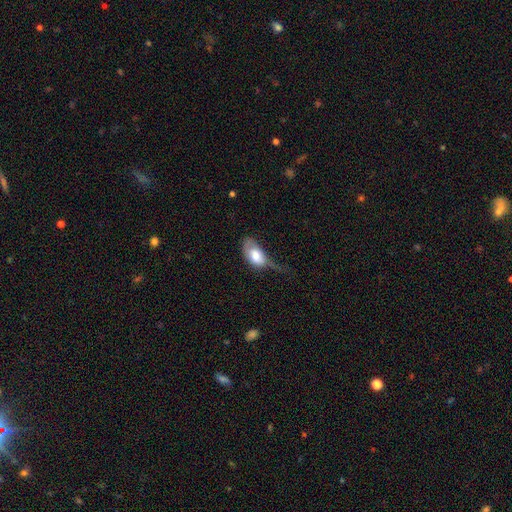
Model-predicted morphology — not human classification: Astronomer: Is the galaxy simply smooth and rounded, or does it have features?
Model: smooth — 72%.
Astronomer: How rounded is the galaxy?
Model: in between — 91%.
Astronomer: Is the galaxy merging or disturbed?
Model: major disturbance — 47% (runner-up: minor disturbance, 32%).